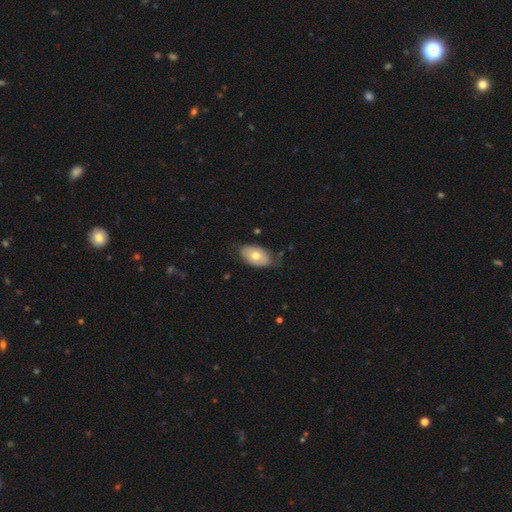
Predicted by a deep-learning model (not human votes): Morphology: type=smooth (66%); roundness=in between (92%); merging=none (73%).